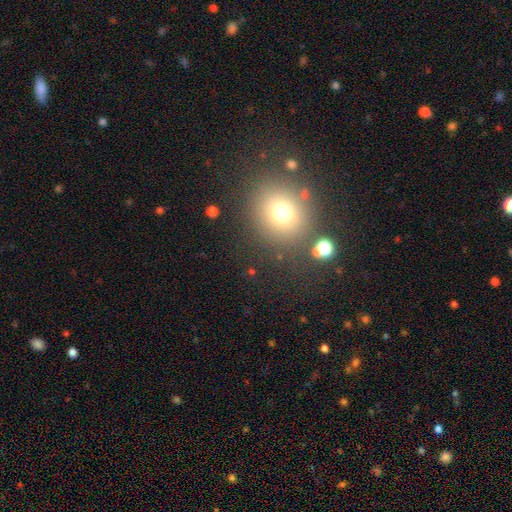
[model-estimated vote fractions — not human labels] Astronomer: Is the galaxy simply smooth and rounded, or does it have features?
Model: smooth — 59%.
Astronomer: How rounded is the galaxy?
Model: round — 77%.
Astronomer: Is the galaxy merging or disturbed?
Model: none — 83%.